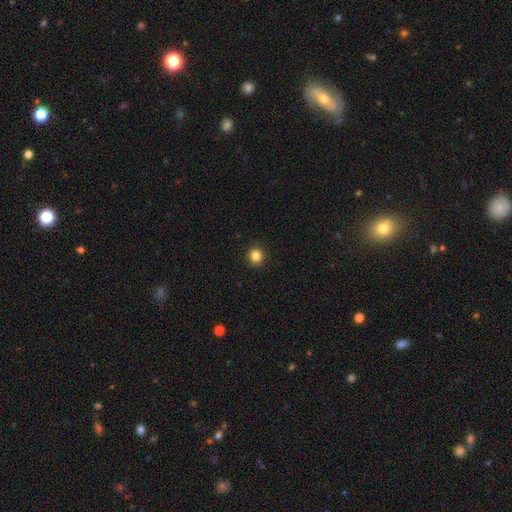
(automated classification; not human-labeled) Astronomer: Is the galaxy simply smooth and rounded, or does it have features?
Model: smooth — 84%.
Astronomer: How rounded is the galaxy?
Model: round — 91%.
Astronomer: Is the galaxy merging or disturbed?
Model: none — 92%.